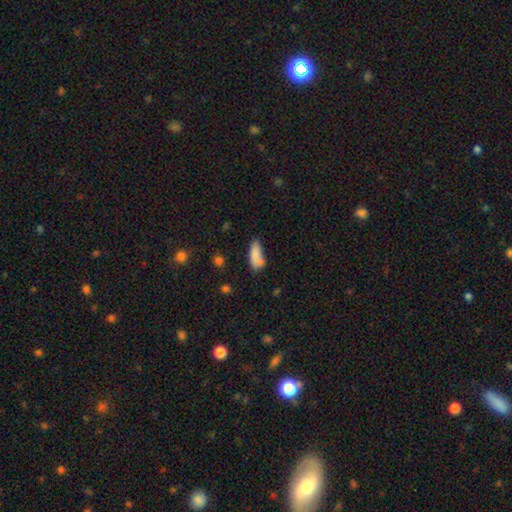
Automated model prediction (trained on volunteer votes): Morphology: type=smooth (82%); roundness=in between (77%); merging=none (46%).